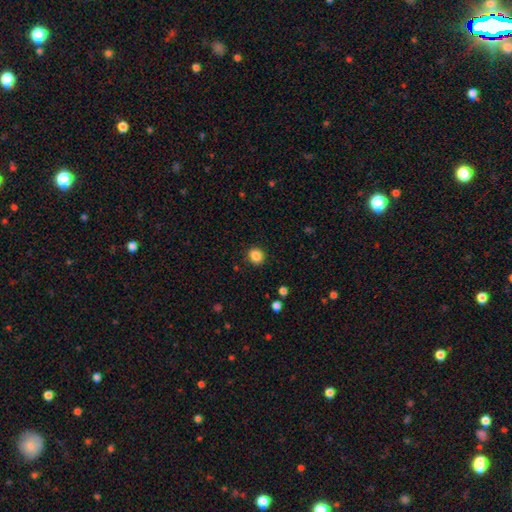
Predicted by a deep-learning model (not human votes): A smooth galaxy with no disk features (87%) that is round (79%). Merging: none (89%).